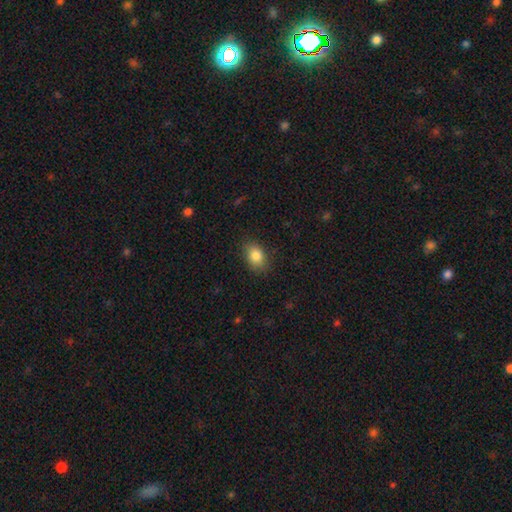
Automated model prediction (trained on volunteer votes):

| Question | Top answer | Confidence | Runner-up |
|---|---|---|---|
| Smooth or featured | smooth | 85% | star or artifact (8%) |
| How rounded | in between | 79% | round (20%) |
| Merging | none | 84% | minor disturbance (12%) |